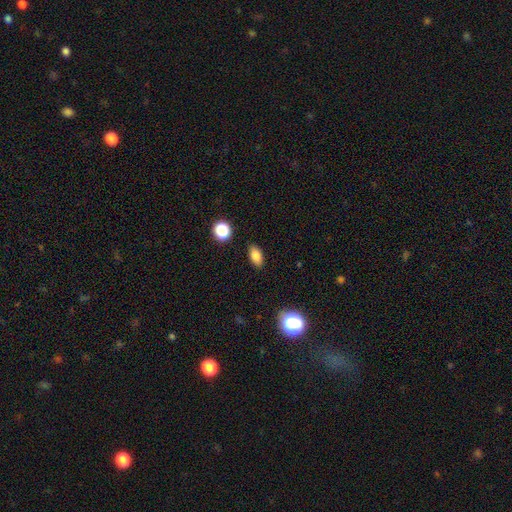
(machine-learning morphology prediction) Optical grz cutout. It shows a smooth galaxy with no disk features (83%) that is in between round and cigar-shaped (87%). Merging: none (88%).